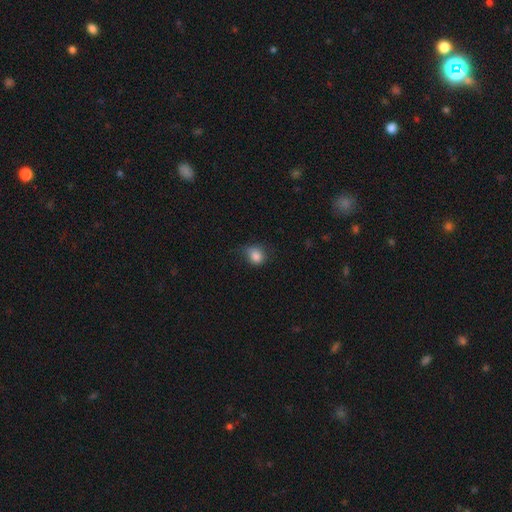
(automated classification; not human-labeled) The model was most divided on "how rounded": round: 61%, in between: 38%, cigar-shaped: 1%. More confident: smooth or featured — smooth (84%); merging — none (59%).